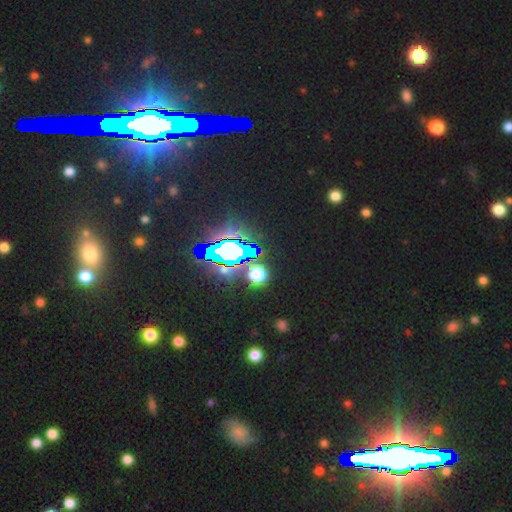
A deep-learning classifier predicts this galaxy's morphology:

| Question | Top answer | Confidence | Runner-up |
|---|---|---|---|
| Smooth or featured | star or artifact | 69% | smooth (21%) |